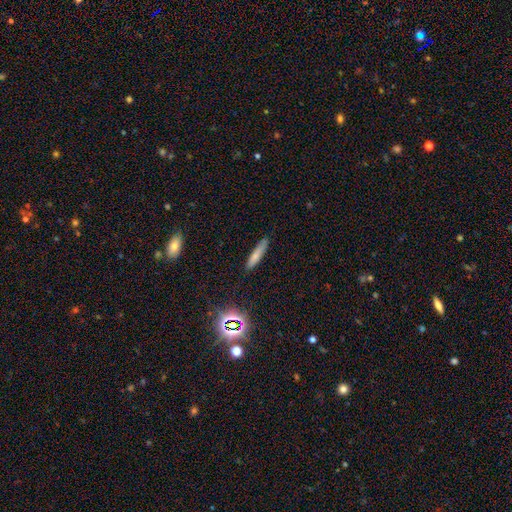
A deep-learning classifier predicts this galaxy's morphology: This appears to be a smooth galaxy with no disk features (73%) that is cigar-shaped (85%). Merging: none (83%).